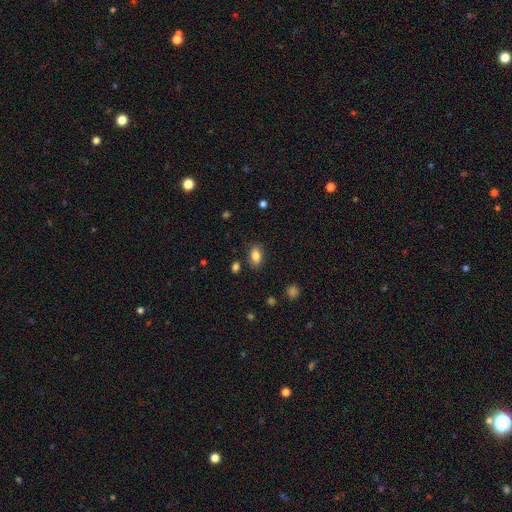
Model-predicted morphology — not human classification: A smooth galaxy with no disk features (82%) that is in between round and cigar-shaped (88%).

Vote fractions:
- Smooth or featured? smooth: 82% / featured or disk: 9% / star or artifact: 9%
- How rounded? in between: 88% / round: 9% / cigar-shaped: 3%
- Merging? none: 83% / minor disturbance: 11% / major disturbance: 3% / merger: 3%